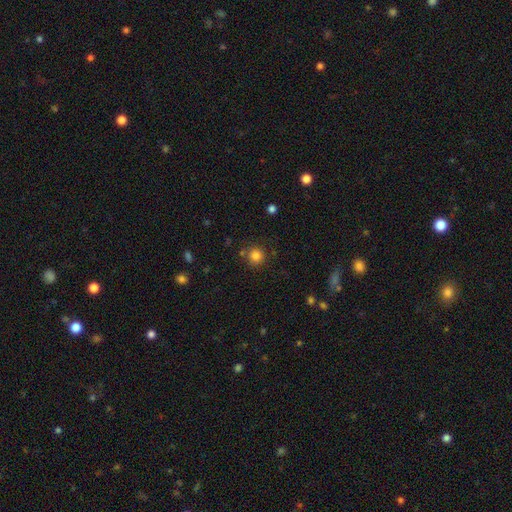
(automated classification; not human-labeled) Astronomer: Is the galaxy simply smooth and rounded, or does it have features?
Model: smooth — 82%.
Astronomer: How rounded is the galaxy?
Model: round — 94%.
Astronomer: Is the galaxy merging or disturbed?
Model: none — 84%.